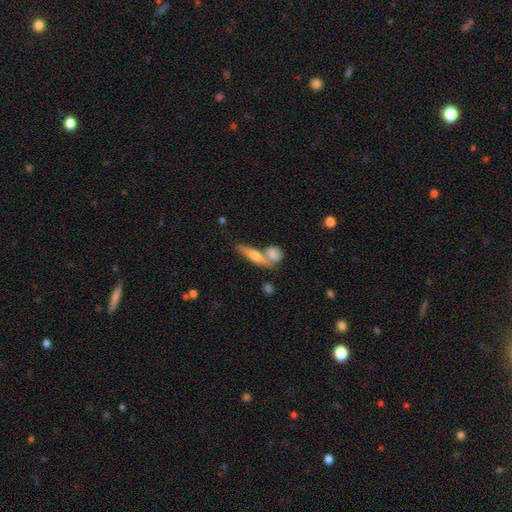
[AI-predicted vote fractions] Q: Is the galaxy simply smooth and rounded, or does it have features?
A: featured or disk — 47%.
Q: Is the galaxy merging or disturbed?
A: none — 56%.